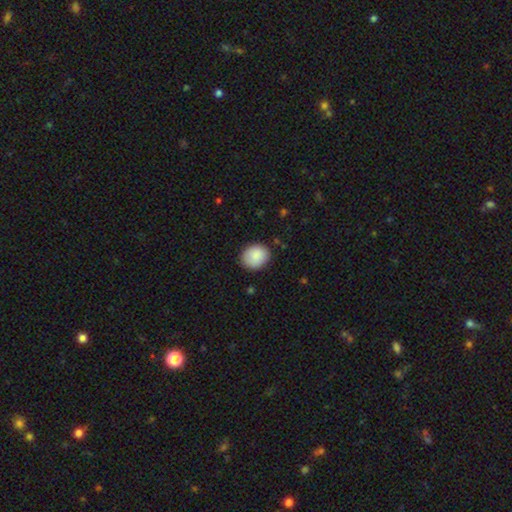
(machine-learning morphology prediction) A smooth galaxy with no disk features (88%) that is round (66%).

Vote fractions:
- Smooth or featured? smooth: 88% / star or artifact: 7% / featured or disk: 5%
- How rounded? round: 66% / in between: 33% / cigar-shaped: 1%
- Merging? none: 84% / minor disturbance: 12% / major disturbance: 3% / merger: 1%